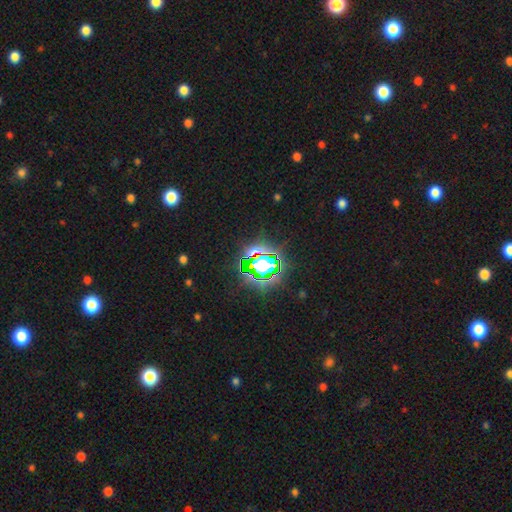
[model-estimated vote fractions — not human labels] smooth-or-featured: star or artifact: 75% | smooth: 15% | featured or disk: 10%